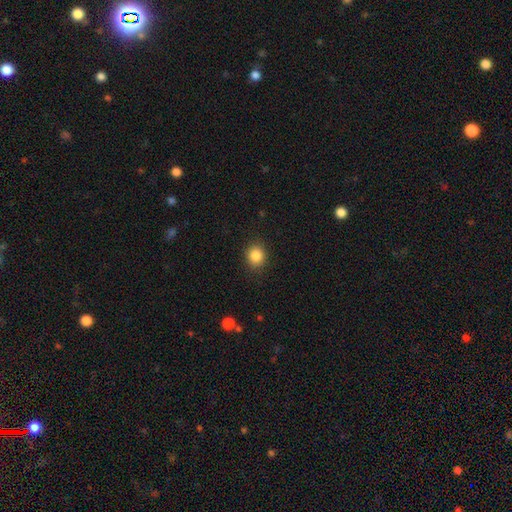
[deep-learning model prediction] smooth-or-featured: smooth: 86% | star or artifact: 10% | featured or disk: 4%
  how-rounded: round: 76% | in between: 23% | cigar-shaped: 1%
  merging: none: 88% | minor disturbance: 8% | major disturbance: 3% | merger: 1%